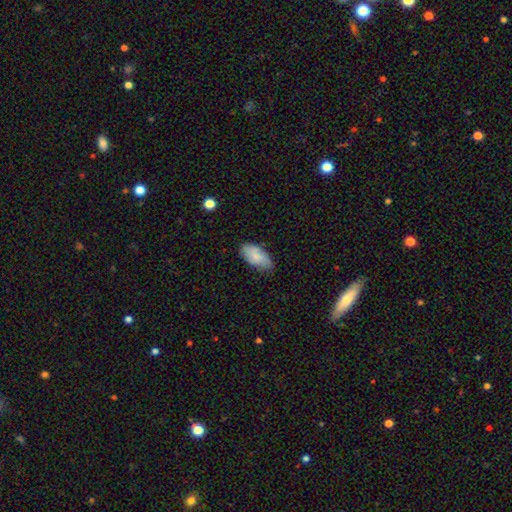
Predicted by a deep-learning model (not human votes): Smooth or featured?
  - smooth: 81% *
  - featured or disk: 13%
  - star or artifact: 6%
How rounded?
  - in between: 94% *
  - cigar-shaped: 4%
  - round: 2%
Merging?
  - none: 68% *
  - minor disturbance: 26%
  - major disturbance: 4%
  - merger: 1%